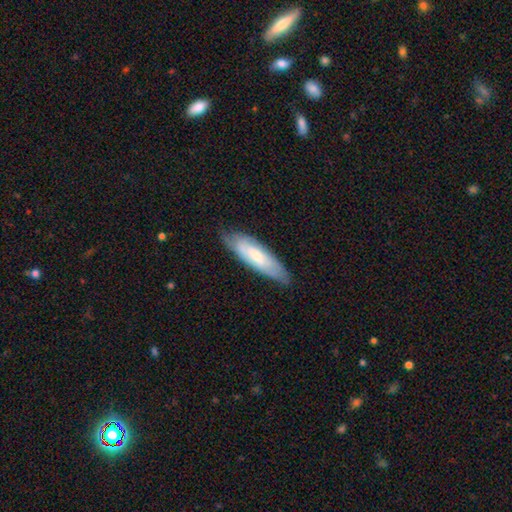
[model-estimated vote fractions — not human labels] smooth_or_featured: smooth (p=0.56) [alt: featured or disk p=0.38]
how_rounded: cigar-shaped (p=0.55) [alt: in between p=0.44]
merging: none (p=0.76) [alt: minor disturbance p=0.19]